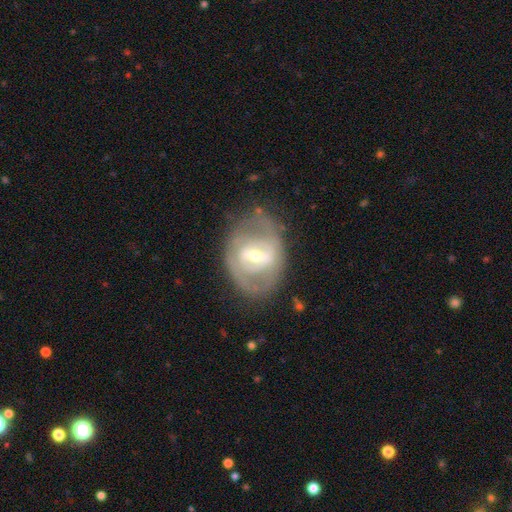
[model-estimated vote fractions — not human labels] Morphology: type=featured or disk (74%); edge-on=no (94%); bar=weak (41%, tied with strong); spiral arms=yes (57%); bulge=moderate (50%); merging=none (68%).